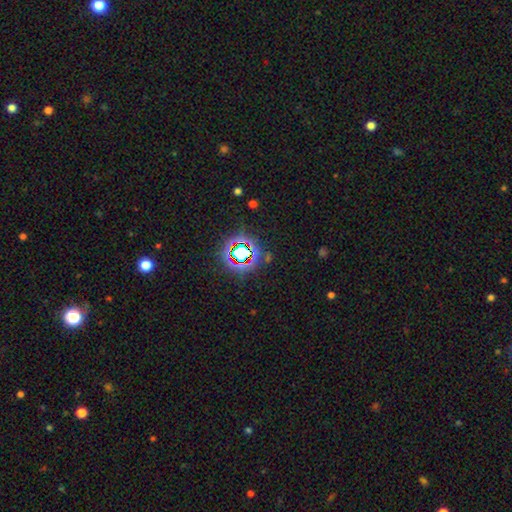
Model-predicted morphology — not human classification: Smooth or featured: star or artifact — 77% (smooth — 12%)